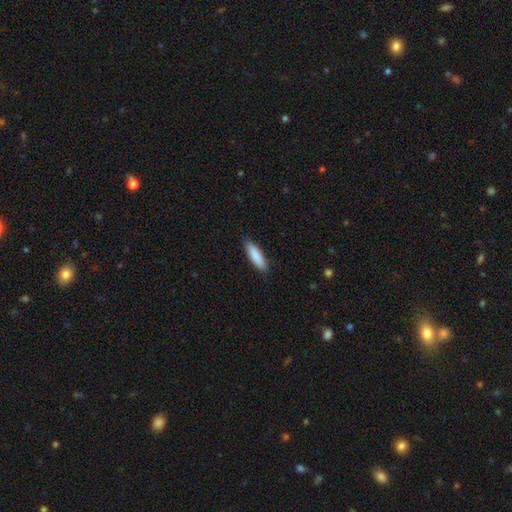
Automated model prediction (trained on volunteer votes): A smooth galaxy with no disk features (89%) that is cigar-shaped (61%). Merging: none (87%).